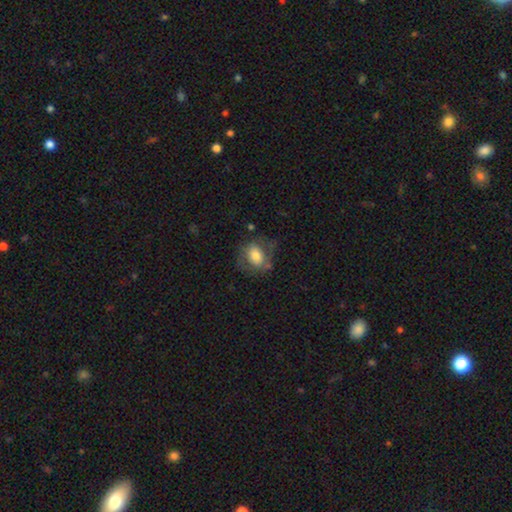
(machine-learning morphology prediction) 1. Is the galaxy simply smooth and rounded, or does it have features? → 66% smooth, 27% featured or disk, 8% star or artifact.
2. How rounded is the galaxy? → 65% in between, 33% round, 2% cigar-shaped.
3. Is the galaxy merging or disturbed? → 57% none, 23% minor disturbance, 16% major disturbance, 4% merger.